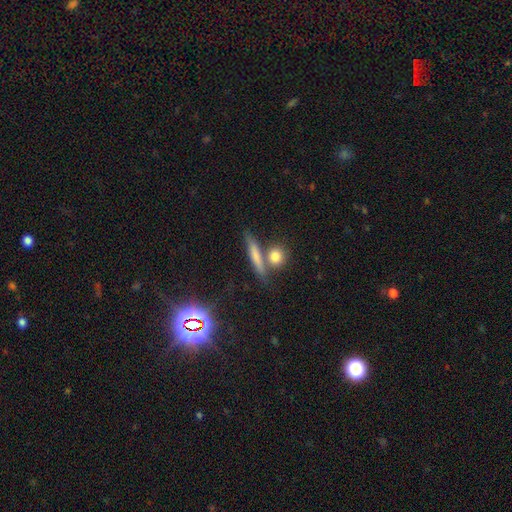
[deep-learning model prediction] Morphology: type=smooth (67%); roundness=cigar-shaped (67%); merging=none (67%).